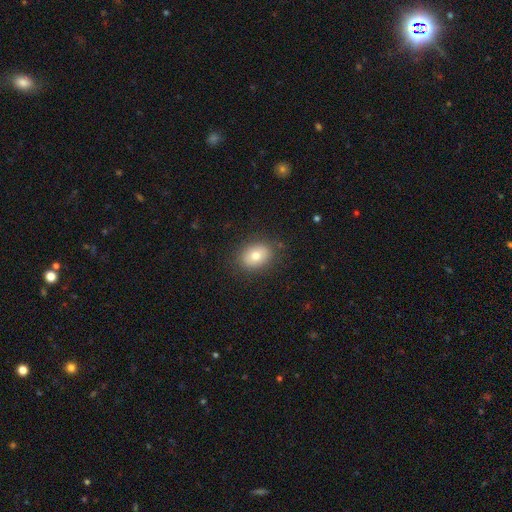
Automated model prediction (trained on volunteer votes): smooth 77%, featured or disk 14%, star or artifact 10%. Down the decision tree: how rounded — in between (69%); merging — none (85%).